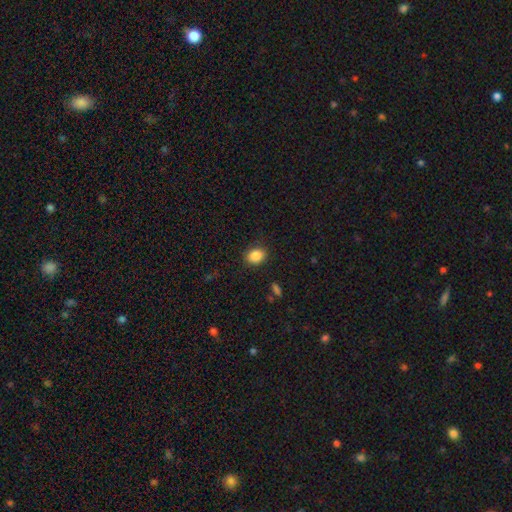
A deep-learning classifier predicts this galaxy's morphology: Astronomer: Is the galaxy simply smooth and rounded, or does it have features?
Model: smooth — 86%.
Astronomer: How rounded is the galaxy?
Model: in between — 54% (runner-up: round, 45%).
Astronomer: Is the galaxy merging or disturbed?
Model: none — 87%.